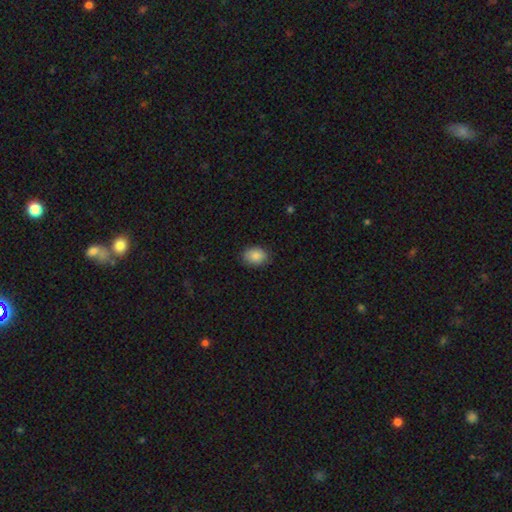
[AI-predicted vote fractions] Smooth or featured? Predicted: smooth (p=0.87). How rounded? Predicted: in between (p=0.69). Merging? Predicted: none (p=0.85).